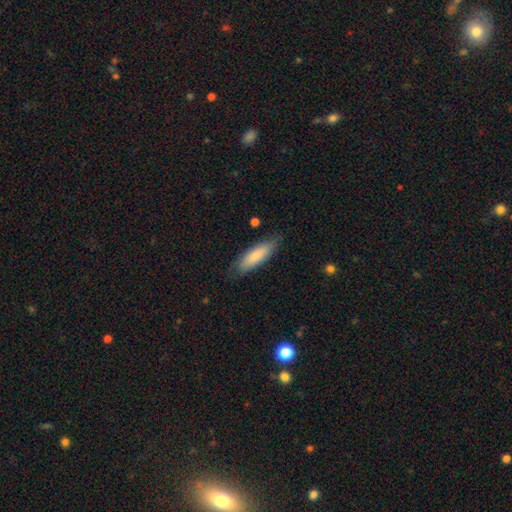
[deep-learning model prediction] Q: Smooth or featured?
A: smooth (81%); runner-up: featured or disk (13%)
Q: How rounded?
A: cigar-shaped (53%); runner-up: in between (46%)
Q: Merging?
A: none (80%); runner-up: minor disturbance (15%)